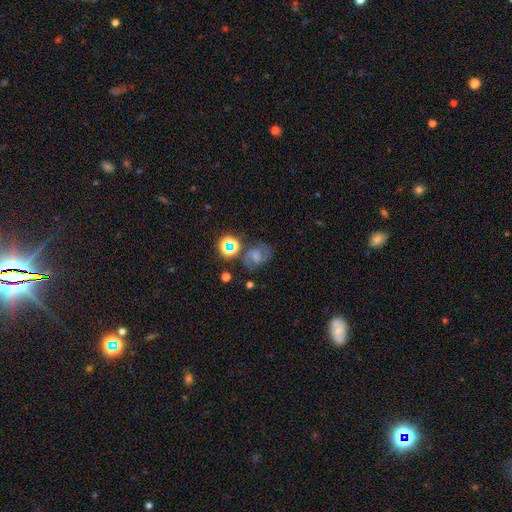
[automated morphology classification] Smooth or featured? featured or disk (57%)
Edge-on disk? no (97%)
Bar? weak (44%)
Spiral arms? yes (88%)
Bulge size? moderate (28%)
Merging? none (62%)